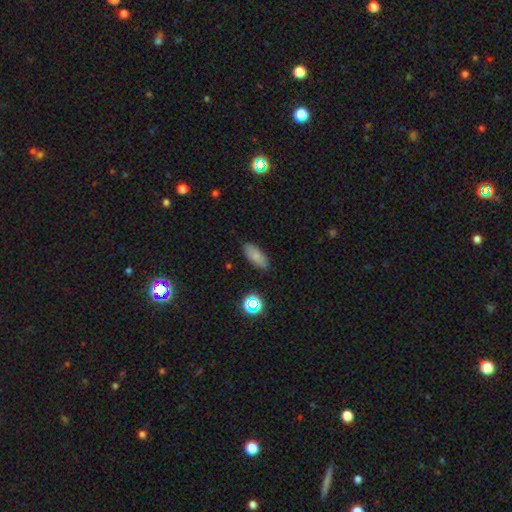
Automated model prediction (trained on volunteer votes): This is clearly a smooth galaxy (80%). How rounded: clearly in between (85%). Merging: clearly none (85%).